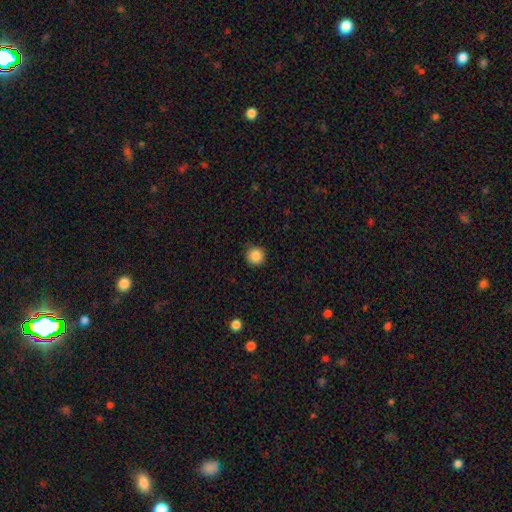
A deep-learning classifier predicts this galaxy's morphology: smooth-or-featured: smooth: 86% | star or artifact: 10% | featured or disk: 5%
  how-rounded: round: 95% | in between: 4% | cigar-shaped: 1%
  merging: none: 89% | minor disturbance: 8% | major disturbance: 2% | merger: 1%